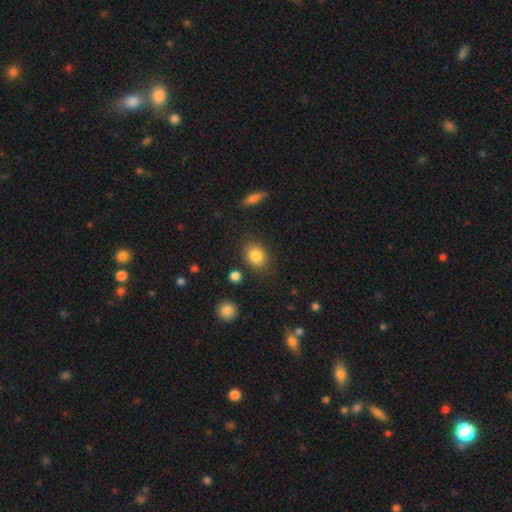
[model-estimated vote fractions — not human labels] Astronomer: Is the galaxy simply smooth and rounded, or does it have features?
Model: smooth — 84%.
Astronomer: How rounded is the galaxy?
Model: in between — 59% (runner-up: round, 40%).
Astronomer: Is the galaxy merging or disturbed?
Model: none — 81%.